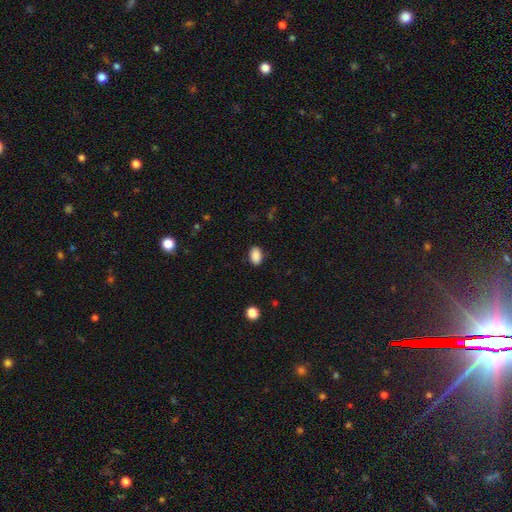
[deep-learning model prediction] smooth-or-featured: smooth: 89% | star or artifact: 8% | featured or disk: 3%
  how-rounded: in between: 89% | round: 10% | cigar-shaped: 1%
  merging: none: 88% | minor disturbance: 9% | major disturbance: 2% | merger: 1%